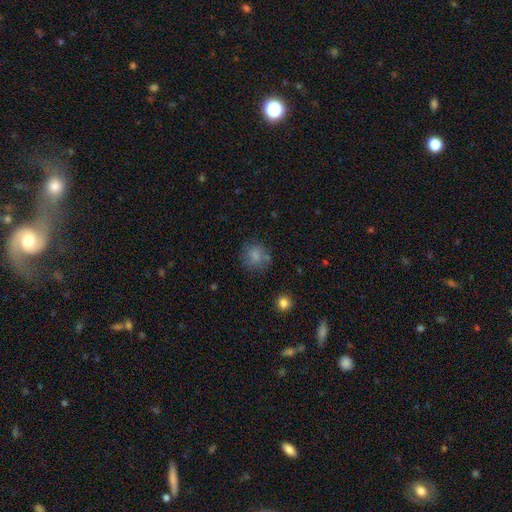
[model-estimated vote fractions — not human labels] Smooth or featured: smooth — 75% (featured or disk — 13%)
How rounded: round — 83% (in between — 16%)
Merging: none — 72% (minor disturbance — 17%)